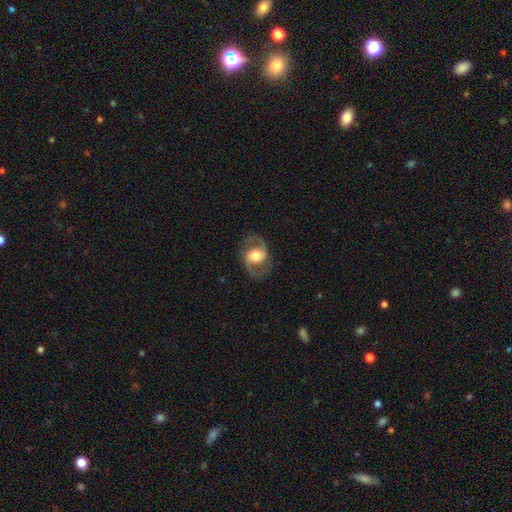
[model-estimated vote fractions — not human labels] This appears to be a featured or disk galaxy (78%) with a weak bar (40%, tied with no), 2 (92%) medium (54%) spiral arms (88%) and a moderate central bulge (55%). Merging: none (80%).